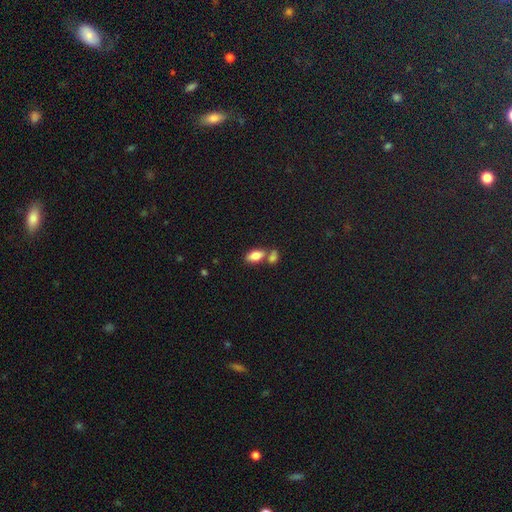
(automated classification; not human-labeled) Q: Smooth or featured?
A: smooth (80%); runner-up: featured or disk (12%)
Q: How rounded?
A: in between (89%); runner-up: cigar-shaped (6%)
Q: Merging?
A: none (49%); runner-up: merger (36%)